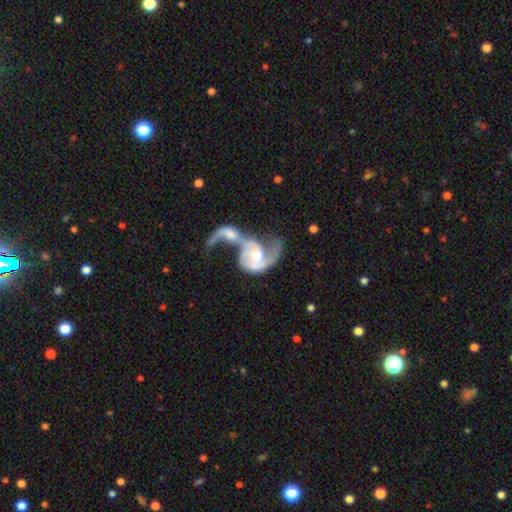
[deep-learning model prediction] This appears to be a featured or disk galaxy (81%) with no bar (58%), 2 (66%) loose (55%) spiral arms (88%) and a moderate central bulge (65%). Merging: merger (77%).